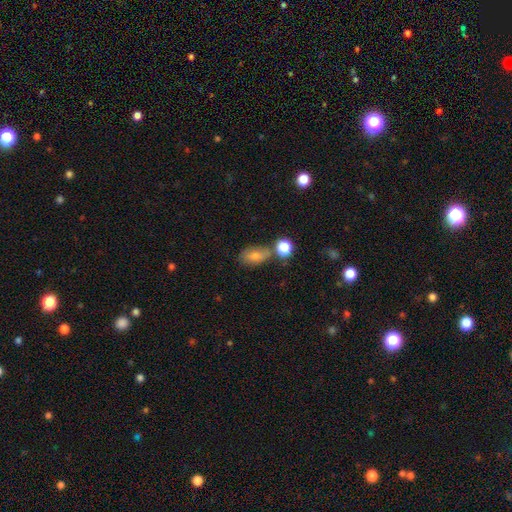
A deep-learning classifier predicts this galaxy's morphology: type=smooth (77%); roundness=in between (85%); merging=none (57%).